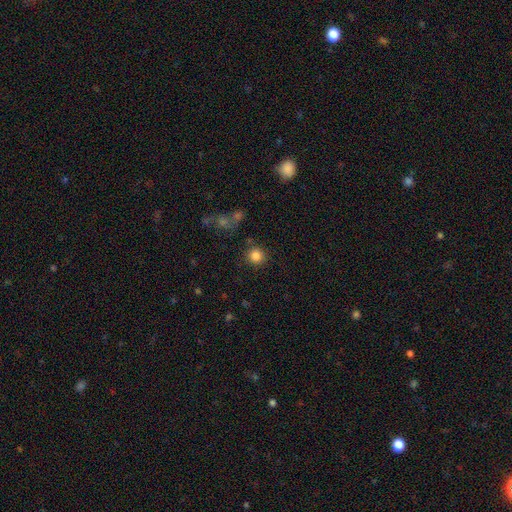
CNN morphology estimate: Smooth or featured? Predicted: smooth (p=0.85). How rounded? Predicted: round (p=0.93). Merging? Predicted: none (p=0.85).